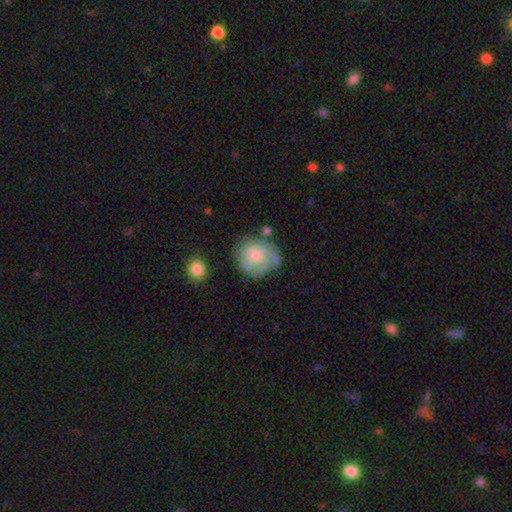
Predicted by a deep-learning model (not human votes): This appears to be a featured or disk galaxy (52%) with no bar (78%), spiral arms (77%) and a small central bulge (54%). Merging: none (54%).